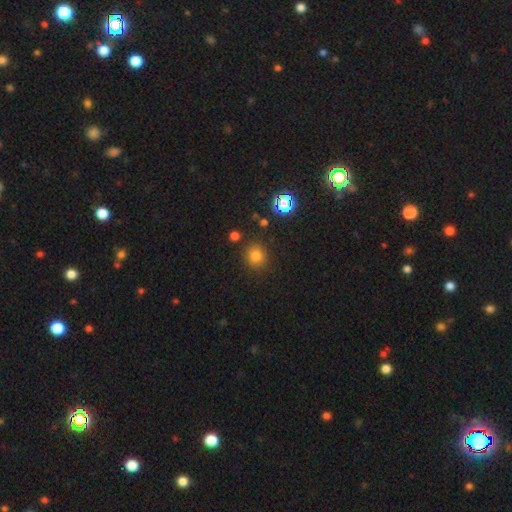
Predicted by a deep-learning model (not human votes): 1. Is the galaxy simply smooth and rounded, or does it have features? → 77% smooth, 17% star or artifact, 6% featured or disk.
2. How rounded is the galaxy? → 87% round, 12% in between, 1% cigar-shaped.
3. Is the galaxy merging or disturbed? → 86% none, 8% minor disturbance, 3% merger, 3% major disturbance.